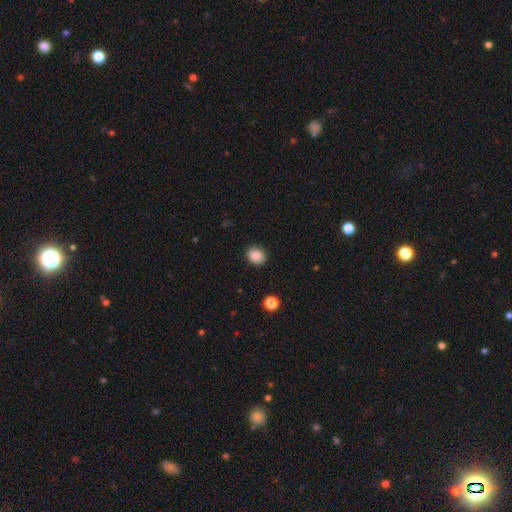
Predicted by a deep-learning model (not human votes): Morphology: type=smooth (86%); roundness=round (55%); merging=none (89%).